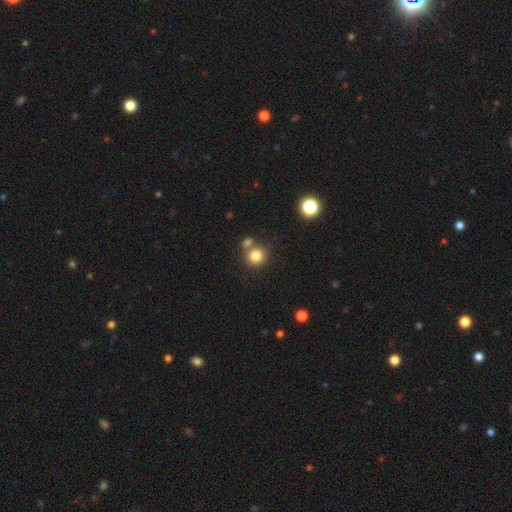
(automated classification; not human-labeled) Smooth or featured: smooth — 81% (star or artifact — 12%)
How rounded: round — 91% (in between — 8%)
Merging: none — 66% (merger — 23%)